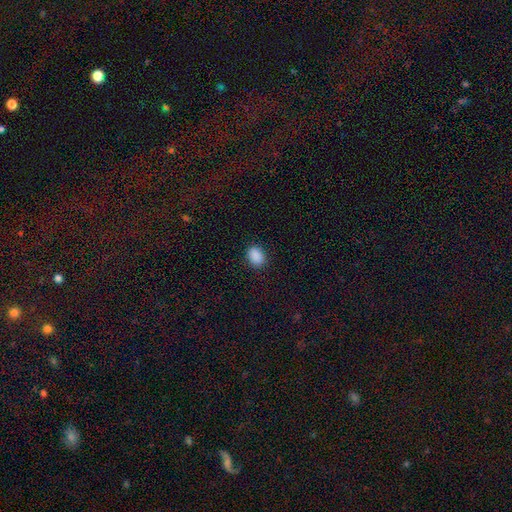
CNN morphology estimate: Smooth or featured?
  - smooth: 89% *
  - star or artifact: 9%
  - featured or disk: 2%
How rounded?
  - in between: 72% *
  - round: 27%
  - cigar-shaped: 1%
Merging?
  - none: 88% *
  - minor disturbance: 8%
  - major disturbance: 2%
  - merger: 1%